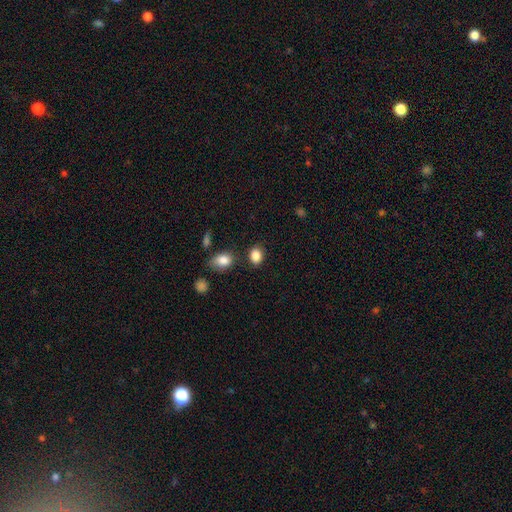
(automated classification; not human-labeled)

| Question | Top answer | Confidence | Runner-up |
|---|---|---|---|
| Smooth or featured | smooth | 87% | star or artifact (9%) |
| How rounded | in between | 58% | round (41%) |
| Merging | none | 77% | minor disturbance (13%) |